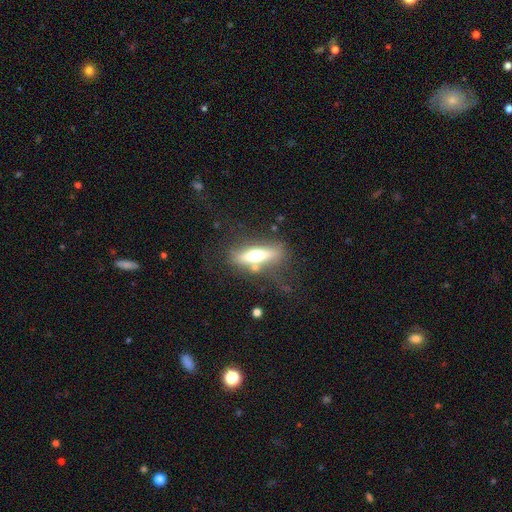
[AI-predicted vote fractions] Smooth or featured?
  - featured or disk: 52% *
  - smooth: 41%
  - star or artifact: 7%
Edge-on disk?
  - yes: 81% *
  - no: 19%
Merging?
  - none: 68% *
  - minor disturbance: 17%
  - major disturbance: 9%
  - merger: 7%